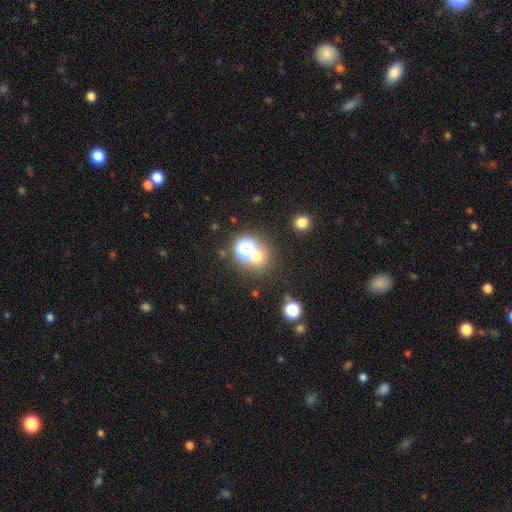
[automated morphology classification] Smooth or featured: smooth — 53% (star or artifact — 38%)
How rounded: round — 83% (in between — 16%)
Merging: none — 63% (merger — 23%)